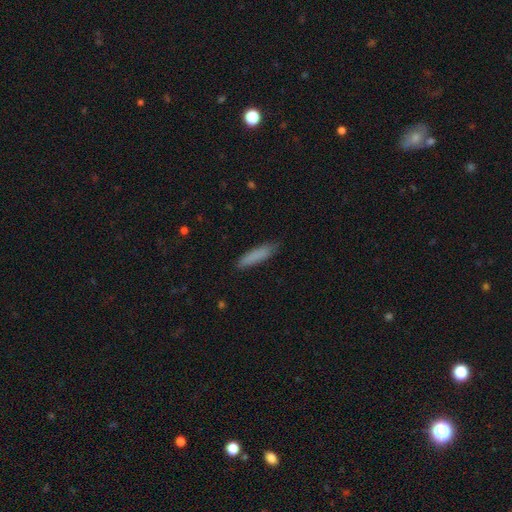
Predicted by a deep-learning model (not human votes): A smooth galaxy with no disk features (84%) that is cigar-shaped (80%).

Vote fractions:
- Smooth or featured? smooth: 84% / featured or disk: 9% / star or artifact: 7%
- How rounded? cigar-shaped: 80% / in between: 19% / round: 1%
- Merging? none: 83% / minor disturbance: 13% / major disturbance: 2% / merger: 1%